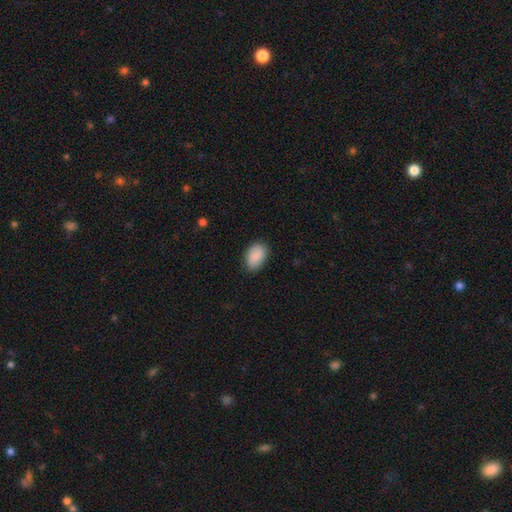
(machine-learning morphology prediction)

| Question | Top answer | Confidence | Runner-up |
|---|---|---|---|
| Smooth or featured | smooth | 89% | star or artifact (7%) |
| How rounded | in between | 86% | round (13%) |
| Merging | none | 79% | minor disturbance (17%) |